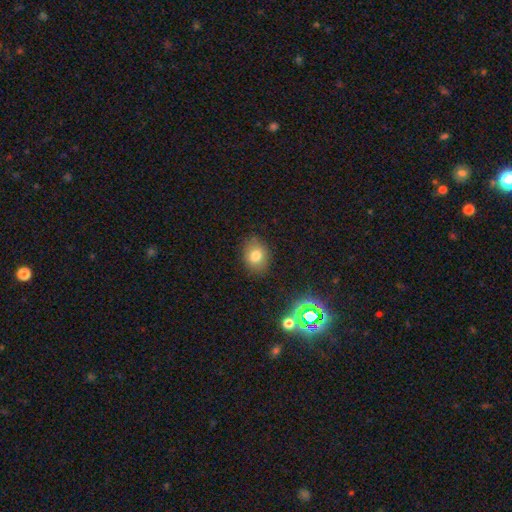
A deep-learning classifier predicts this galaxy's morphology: Smooth or featured? smooth (76%)
How rounded? round (50%)
Merging? none (83%)